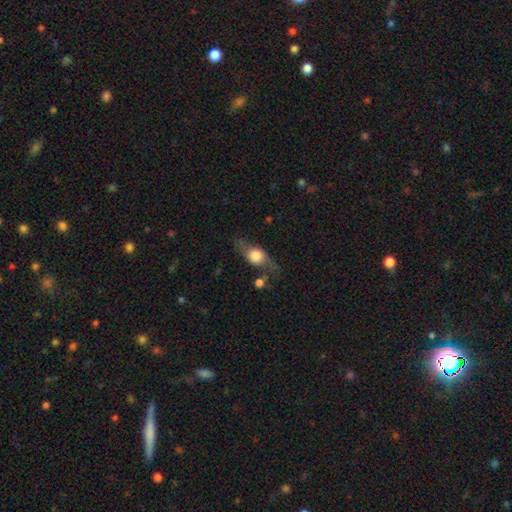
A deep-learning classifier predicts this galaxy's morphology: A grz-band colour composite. It shows a smooth galaxy with no disk features (48%). Merging: none (56%).